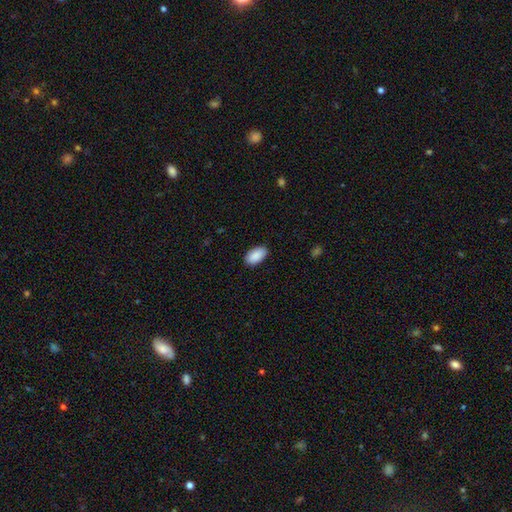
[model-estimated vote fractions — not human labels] Smooth or featured? Predicted: smooth (p=0.91). How rounded? Predicted: in between (p=0.95). Merging? Predicted: none (p=0.87).